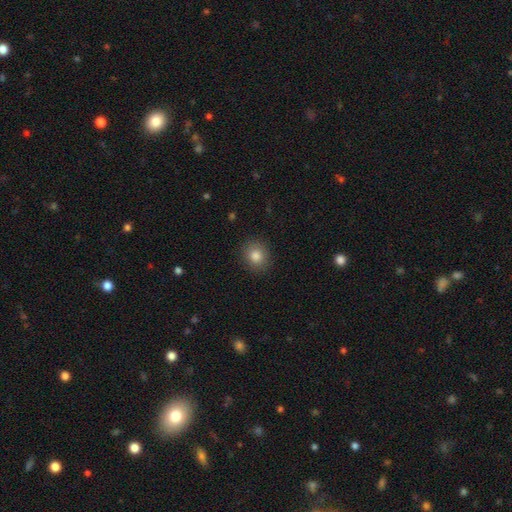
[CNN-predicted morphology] Overall: smooth (83%). How rounded: round (72%). Merging: none (89%).